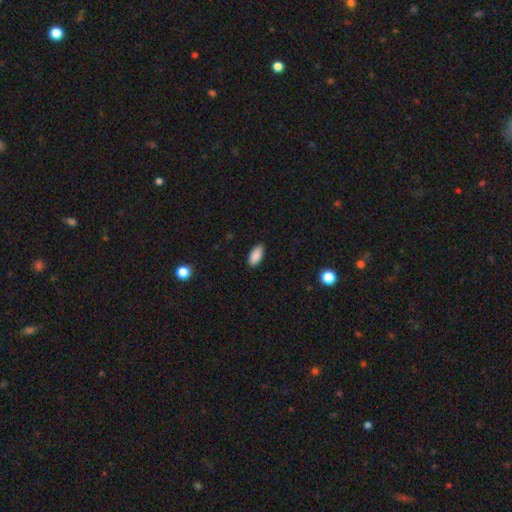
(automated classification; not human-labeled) smooth-or-featured: smooth: 89% | star or artifact: 7% | featured or disk: 4%
  how-rounded: in between: 90% | cigar-shaped: 8% | round: 2%
  merging: none: 88% | minor disturbance: 9% | major disturbance: 2% | merger: 1%